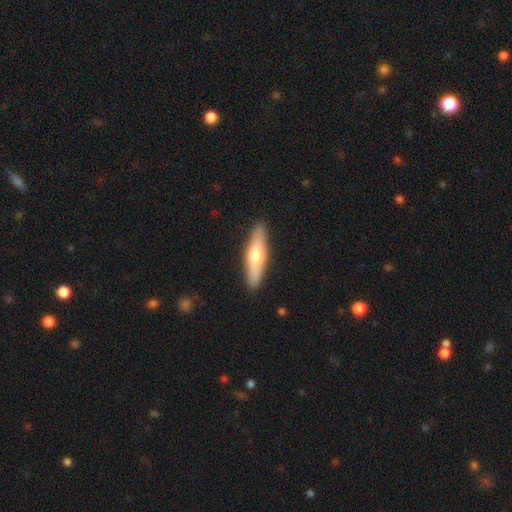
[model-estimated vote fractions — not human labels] Smooth or featured?
  - smooth: 57% *
  - featured or disk: 38%
  - star or artifact: 5%
How rounded?
  - cigar-shaped: 77% *
  - in between: 22%
  - round: 2%
Merging?
  - none: 90% *
  - minor disturbance: 7%
  - major disturbance: 2%
  - merger: 1%